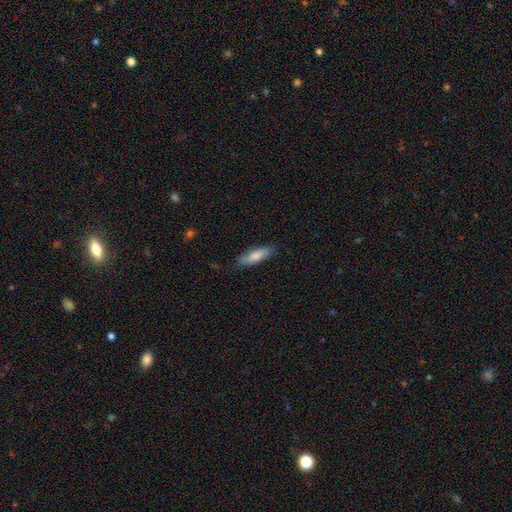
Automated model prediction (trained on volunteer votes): Overall: smooth (82%). How rounded: in between (50%; cigar-shaped 48%). Merging: none (82%).